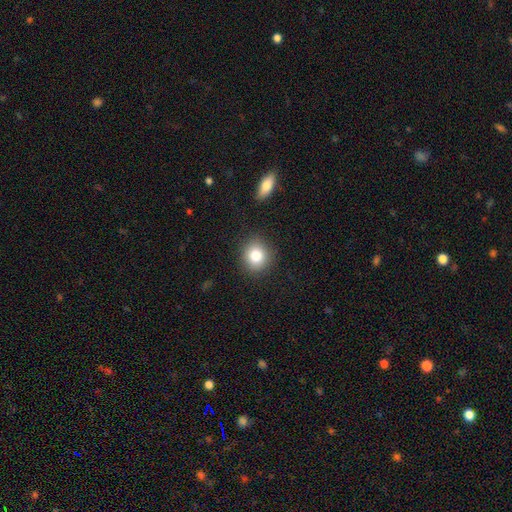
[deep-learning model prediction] A smooth galaxy with no disk features (82%) that is round (79%). Merging: none (86%).